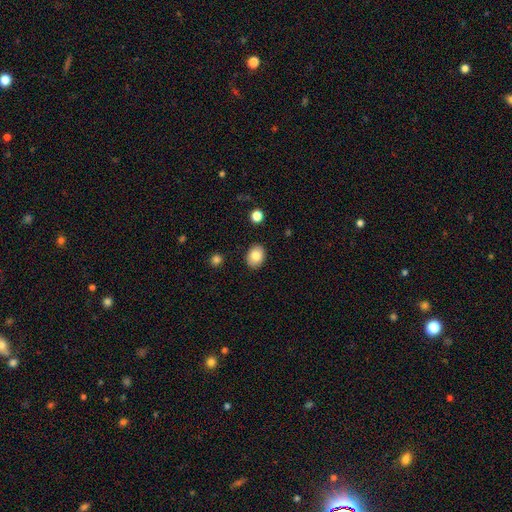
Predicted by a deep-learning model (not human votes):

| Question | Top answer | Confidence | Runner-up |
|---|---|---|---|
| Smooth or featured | smooth | 83% | featured or disk (9%) |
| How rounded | in between | 66% | round (33%) |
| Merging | none | 88% | minor disturbance (8%) |